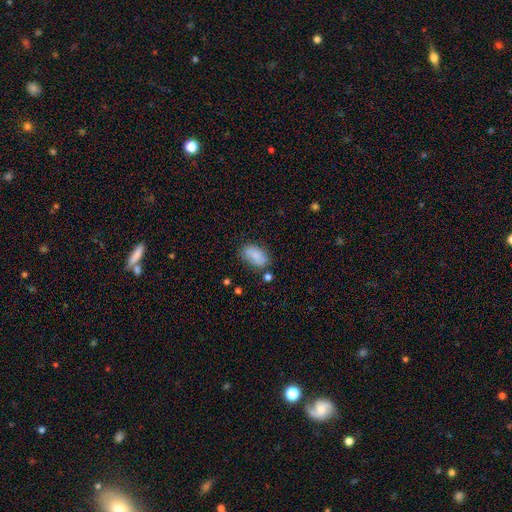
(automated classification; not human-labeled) smooth_or_featured: smooth (p=0.83) [alt: featured or disk p=0.10]
how_rounded: in between (p=0.91) [alt: round p=0.06]
merging: none (p=0.70) [alt: minor disturbance p=0.19]